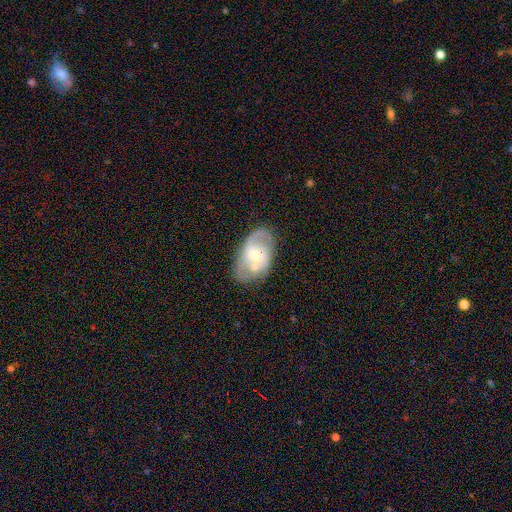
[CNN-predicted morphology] featured or disk 62%, smooth 31%, star or artifact 6%. Down the decision tree: edge-on disk — no (94%); bar — no (58%); spiral arms — yes (61%); bulge size — moderate (57%); merging — none (53%).